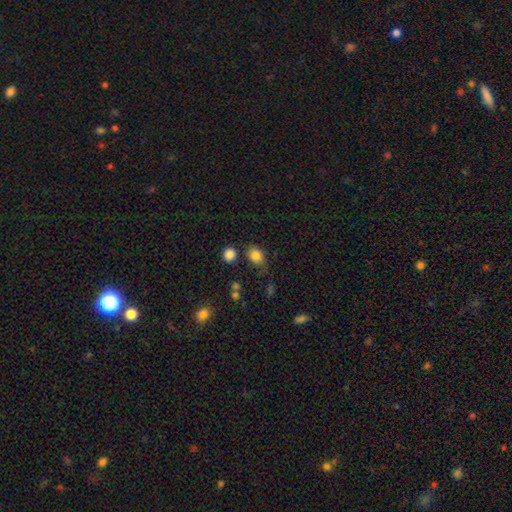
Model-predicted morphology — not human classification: Smooth or featured? smooth (83%)
How rounded? in between (56%)
Merging? none (66%)